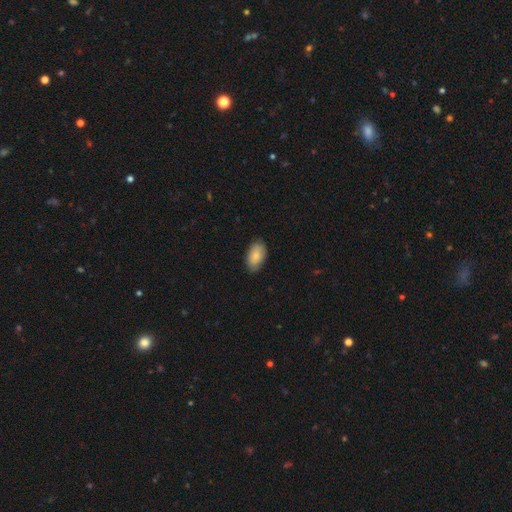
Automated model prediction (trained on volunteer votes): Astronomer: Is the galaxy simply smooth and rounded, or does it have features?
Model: smooth — 82%.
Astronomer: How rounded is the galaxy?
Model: in between — 92%.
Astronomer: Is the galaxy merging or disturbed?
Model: none — 81%.